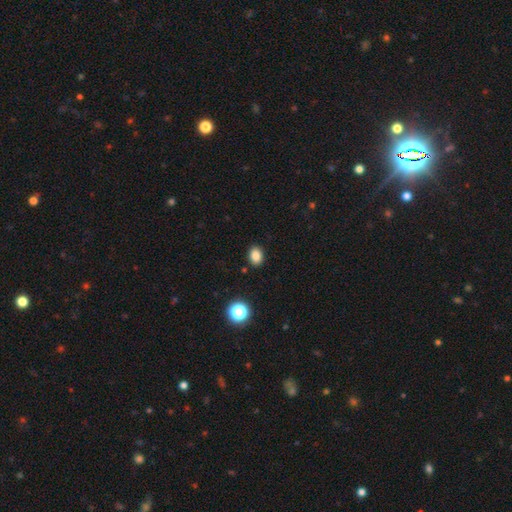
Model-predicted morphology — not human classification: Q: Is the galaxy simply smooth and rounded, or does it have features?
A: smooth — 84%.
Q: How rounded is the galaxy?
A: in between — 64%.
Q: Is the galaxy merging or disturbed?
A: none — 88%.